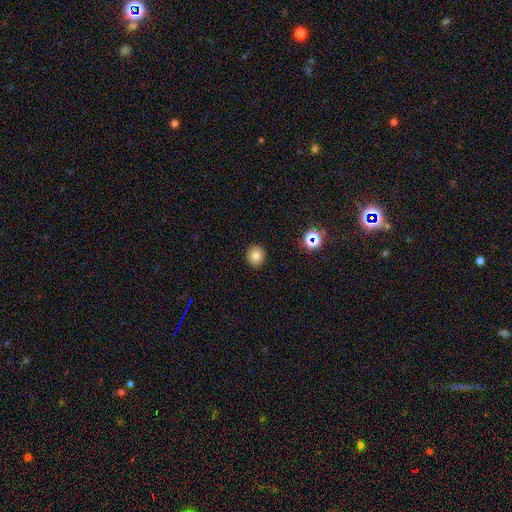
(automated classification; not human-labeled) Smooth or featured?
  - smooth: 79% *
  - star or artifact: 13%
  - featured or disk: 8%
How rounded?
  - round: 89% *
  - in between: 10%
  - cigar-shaped: 1%
Merging?
  - none: 92% *
  - minor disturbance: 5%
  - major disturbance: 2%
  - merger: 1%